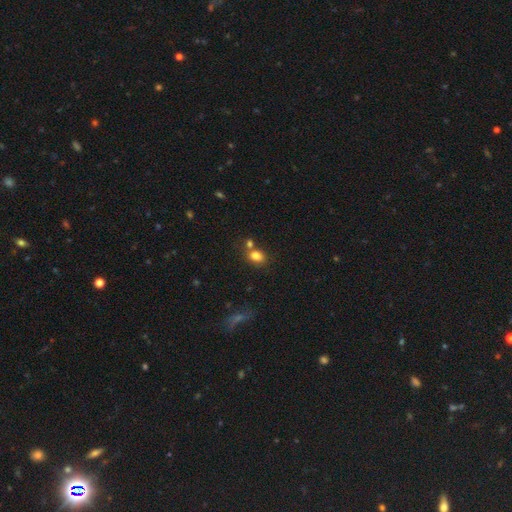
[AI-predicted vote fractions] smooth 81%, star or artifact 11%, featured or disk 8%. Down the decision tree: how rounded — in between (65%); merging — none (56%).